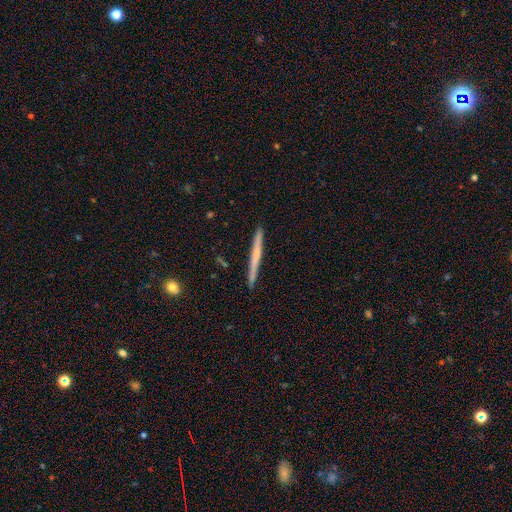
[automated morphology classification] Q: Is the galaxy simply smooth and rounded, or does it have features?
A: smooth — 48%.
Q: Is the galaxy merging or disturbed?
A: none — 92%.